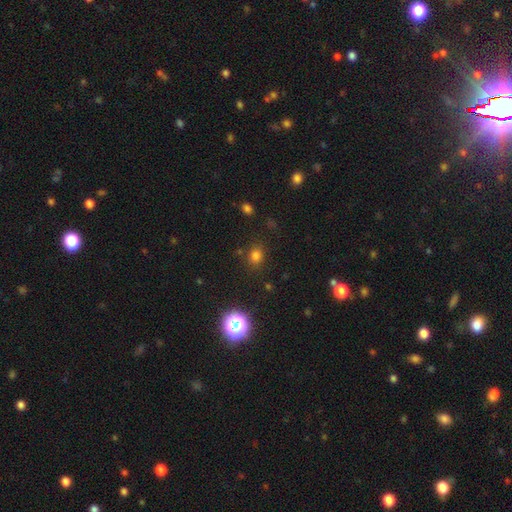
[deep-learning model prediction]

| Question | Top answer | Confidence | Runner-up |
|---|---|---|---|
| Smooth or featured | smooth | 73% | star or artifact (21%) |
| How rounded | round | 67% | in between (32%) |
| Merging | none | 81% | minor disturbance (11%) |